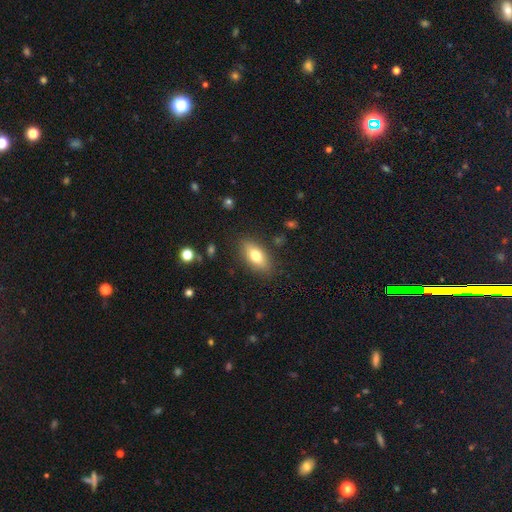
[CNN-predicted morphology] Smooth or featured? Predicted: smooth (p=0.73). How rounded? Predicted: in between (p=0.84). Merging? Predicted: none (p=0.85).